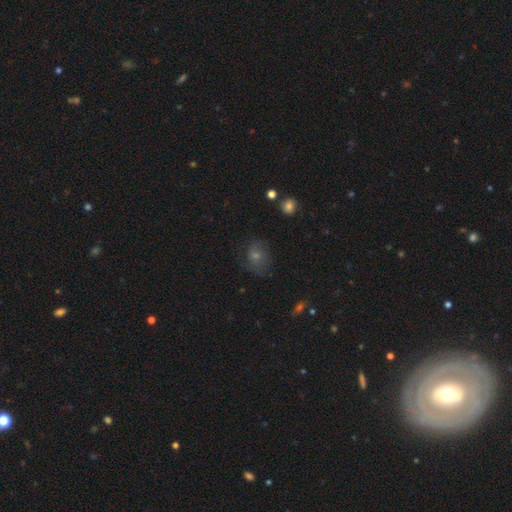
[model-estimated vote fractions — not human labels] Smooth or featured?
  - smooth: 44% *
  - featured or disk: 28%
  - star or artifact: 27%
Merging?
  - none: 70% *
  - minor disturbance: 19%
  - major disturbance: 9%
  - merger: 2%